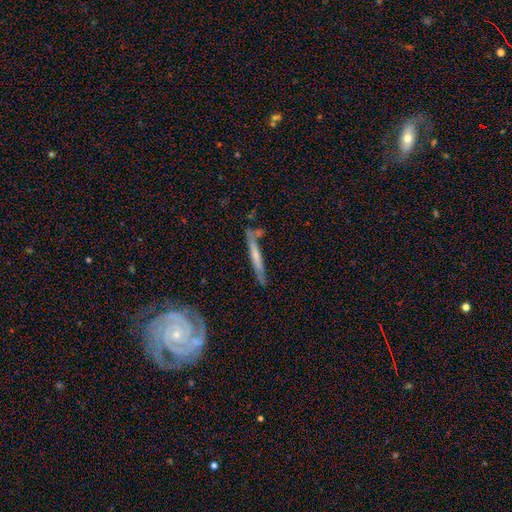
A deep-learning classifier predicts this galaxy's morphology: featured or disk 51%, smooth 43%, star or artifact 6%. Down the decision tree: edge-on disk — yes (85%); merging — none (70%).